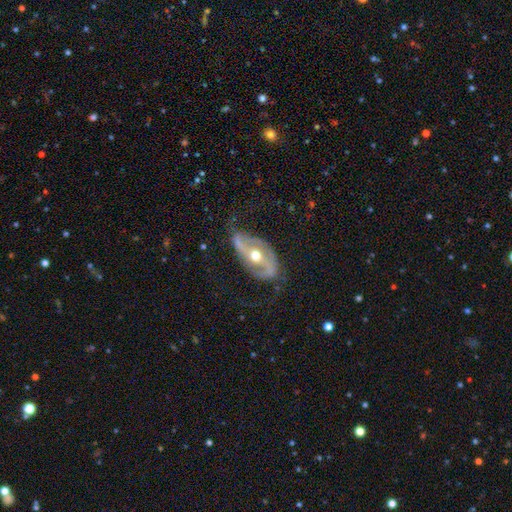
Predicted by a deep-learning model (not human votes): A featured or disk galaxy (85%) with no bar (44%), 2 (88%) loose (47%) spiral arms (85%) and a moderate central bulge (79%).

Vote fractions:
- Smooth or featured? featured or disk: 85% / smooth: 10% / star or artifact: 5%
- Edge-on disk? no: 92% / yes: 8%
- Bar? no: 44% / strong: 28% / weak: 28%
- Spiral arms? yes: 85% / no: 15%
- Spiral winding? loose: 47% / medium: 37% / tight: 16%
- Spiral arm count? 2: 88% / can't tell: 5% / 1: 3% / 3: 2% / 4: 1% / more than 4: 1%
- Bulge size? moderate: 79% / small: 12% / large: 7% / dominant: 1% / none: 1%
- Merging? none: 67% / minor disturbance: 21% / major disturbance: 11% / merger: 2%